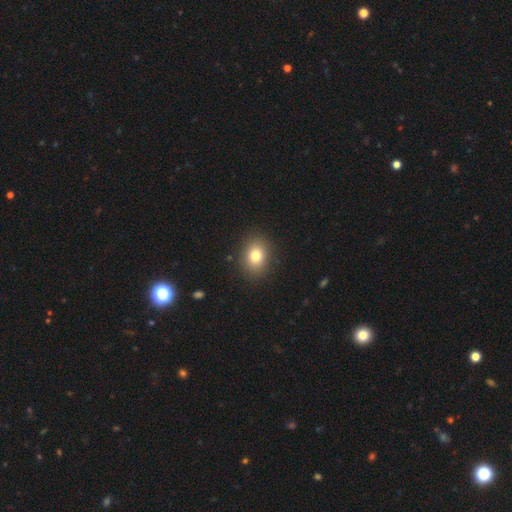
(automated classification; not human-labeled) A smooth galaxy with no disk features (80%) that is in between round and cigar-shaped (55%).

Vote fractions:
- Smooth or featured? smooth: 80% / star or artifact: 11% / featured or disk: 9%
- How rounded? in between: 55% / round: 44% / cigar-shaped: 1%
- Merging? none: 88% / minor disturbance: 8% / major disturbance: 3% / merger: 1%